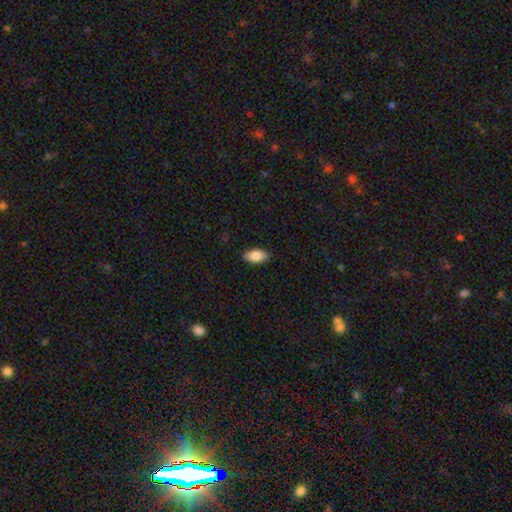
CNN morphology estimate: Q: Smooth or featured?
A: smooth (87%); runner-up: star or artifact (6%)
Q: How rounded?
A: in between (93%); runner-up: cigar-shaped (4%)
Q: Merging?
A: none (88%); runner-up: minor disturbance (9%)